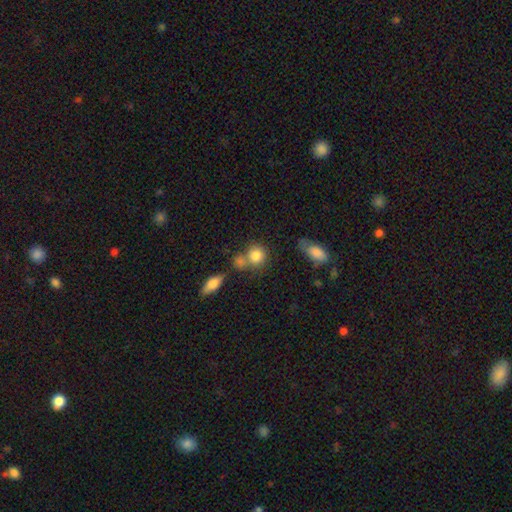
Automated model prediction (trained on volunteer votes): Morphology: type=smooth (82%); roundness=round (77%); merging=none (49%).